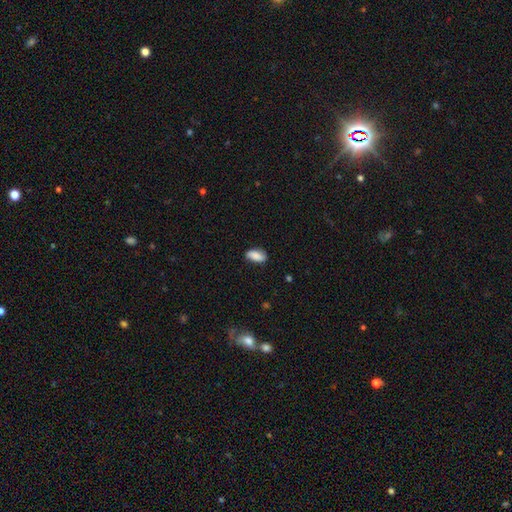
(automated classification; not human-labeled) Smooth or featured: smooth — 82% (featured or disk — 11%)
How rounded: in between — 90% (cigar-shaped — 6%)
Merging: none — 80% (minor disturbance — 16%)